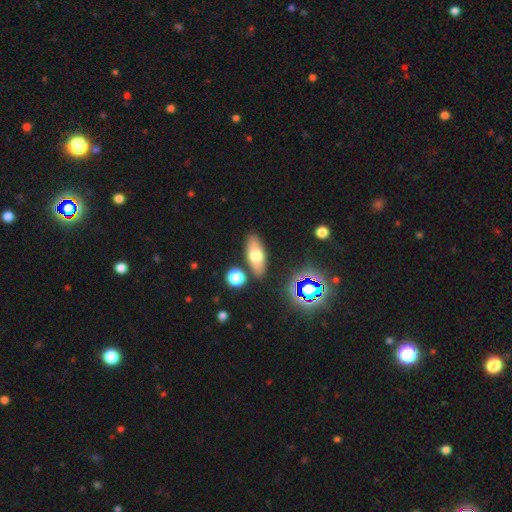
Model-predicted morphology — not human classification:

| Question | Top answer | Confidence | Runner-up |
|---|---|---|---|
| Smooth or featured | smooth | 64% | featured or disk (26%) |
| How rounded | in between | 75% | cigar-shaped (19%) |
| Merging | none | 83% | minor disturbance (9%) |